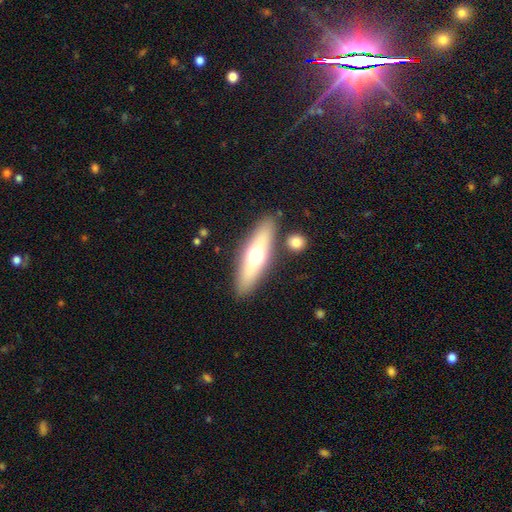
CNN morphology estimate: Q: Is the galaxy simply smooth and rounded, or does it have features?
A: smooth — 51%.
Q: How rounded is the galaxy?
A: cigar-shaped — 57%.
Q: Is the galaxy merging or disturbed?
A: none — 83%.